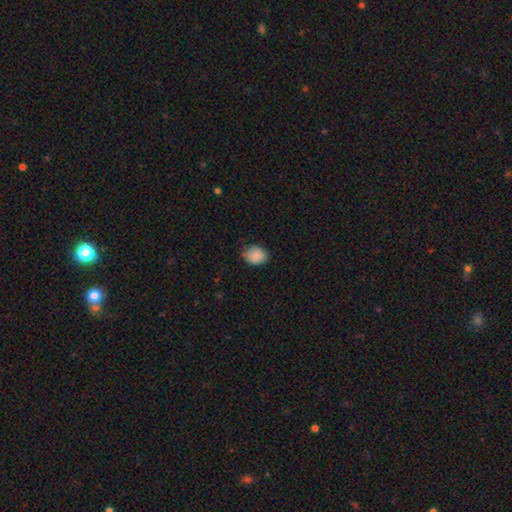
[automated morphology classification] Smooth or featured? smooth (87%)
How rounded? round (59%)
Merging? none (74%)